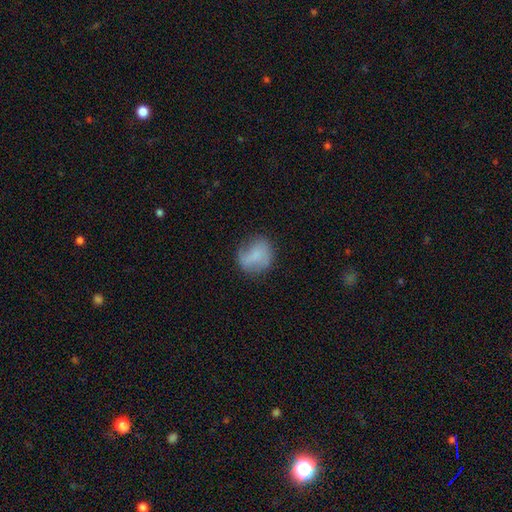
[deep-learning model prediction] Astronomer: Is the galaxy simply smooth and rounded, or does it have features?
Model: smooth — 66%.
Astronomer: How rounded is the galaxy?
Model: round — 71%.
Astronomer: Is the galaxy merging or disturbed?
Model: none — 61%.